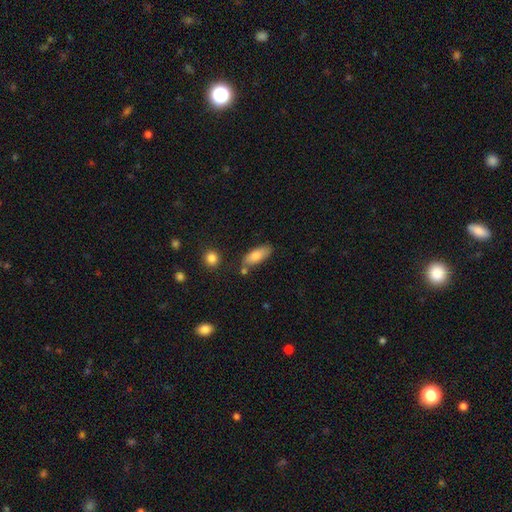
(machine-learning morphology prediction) This is clearly a smooth galaxy (81%). How rounded: likely in between (77%). Merging: likely none (68%).